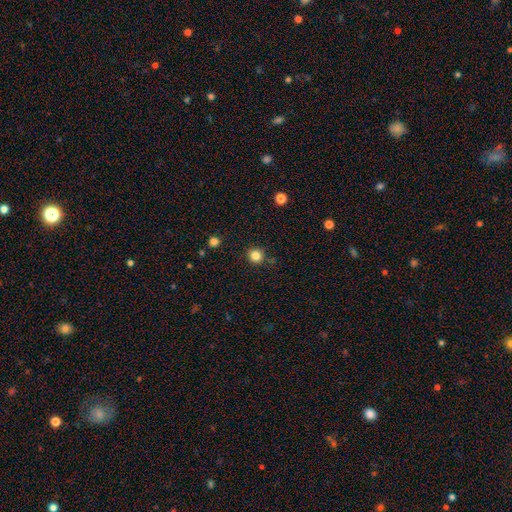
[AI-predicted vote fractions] smooth 83%, star or artifact 12%, featured or disk 4%. Down the decision tree: how rounded — round (92%); merging — none (88%).